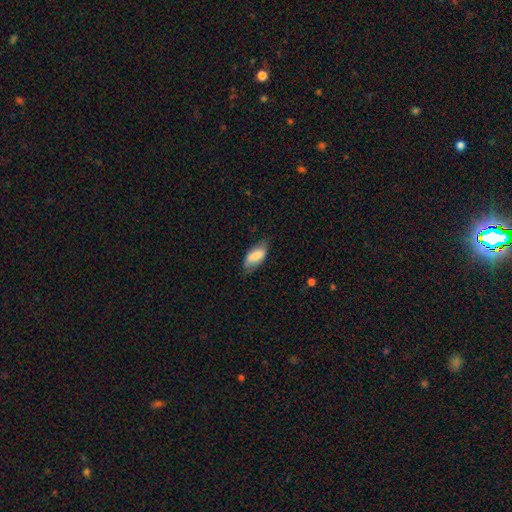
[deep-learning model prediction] smooth-or-featured: smooth: 76% | featured or disk: 17% | star or artifact: 6%
  how-rounded: in between: 89% | cigar-shaped: 8% | round: 3%
  merging: none: 64% | minor disturbance: 27% | major disturbance: 7% | merger: 1%